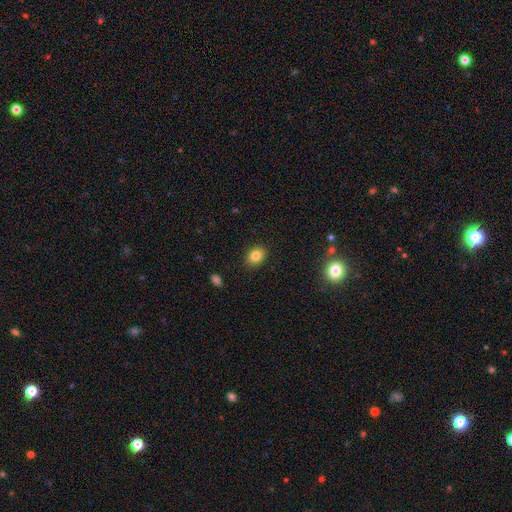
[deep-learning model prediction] The model was most divided on "how rounded": in between: 59%, round: 40%, cigar-shaped: 1%. More confident: merging — none (89%); smooth or featured — smooth (83%).